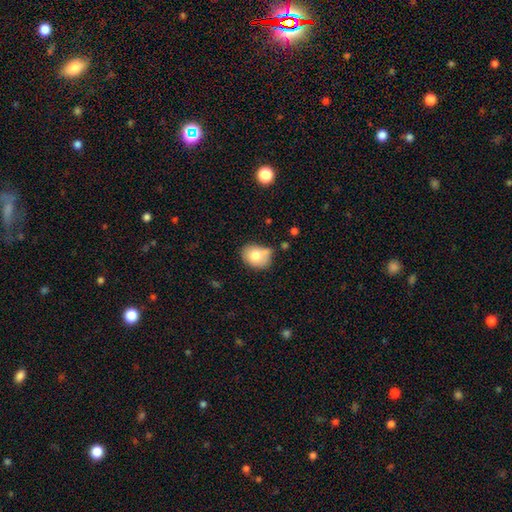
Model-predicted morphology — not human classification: This appears to be a smooth galaxy with no disk features (75%) that is in between round and cigar-shaped (56%). Merging: none (48%).